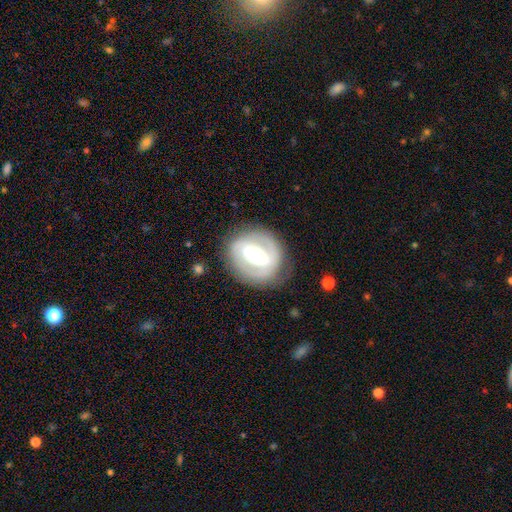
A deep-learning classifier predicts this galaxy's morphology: smooth_or_featured: featured or disk (p=0.72) [alt: smooth p=0.23]
disk_edge_on: no (p=0.96) [alt: yes p=0.04]
bar: strong (p=0.49) [alt: weak p=0.34]
has_spiral_arms: yes (p=0.56) [alt: no p=0.44]
bulge_size: moderate (p=0.62) [alt: large p=0.25]
merging: none (p=0.75) [alt: minor disturbance p=0.16]